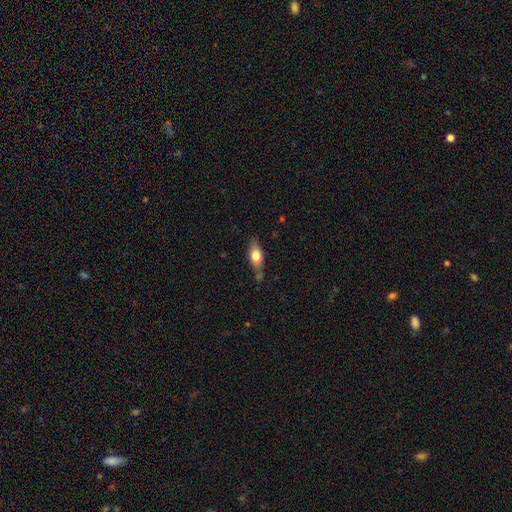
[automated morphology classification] A smooth galaxy with no disk features (59%) that is in between round and cigar-shaped (70%). Merging: none (65%).